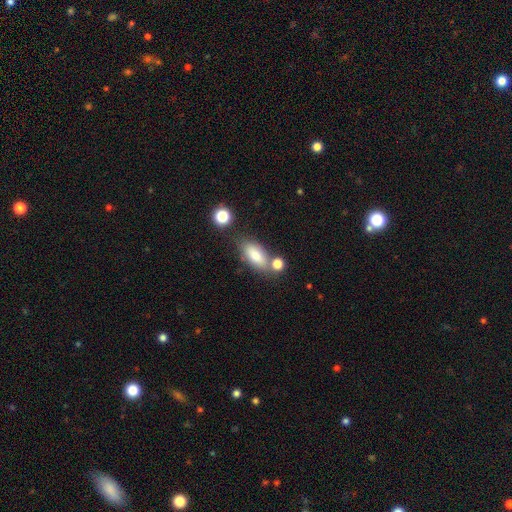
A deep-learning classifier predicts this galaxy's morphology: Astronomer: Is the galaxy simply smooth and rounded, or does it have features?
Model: smooth — 77%.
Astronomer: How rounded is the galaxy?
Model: in between — 84%.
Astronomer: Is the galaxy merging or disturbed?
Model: none — 61%.